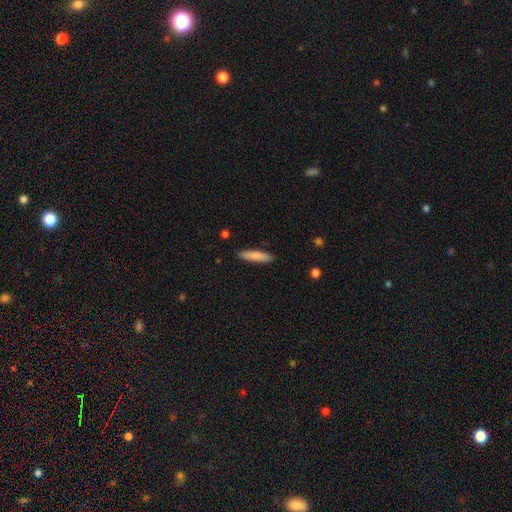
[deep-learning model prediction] Morphology: type=smooth (83%); roundness=cigar-shaped (85%); merging=none (89%).